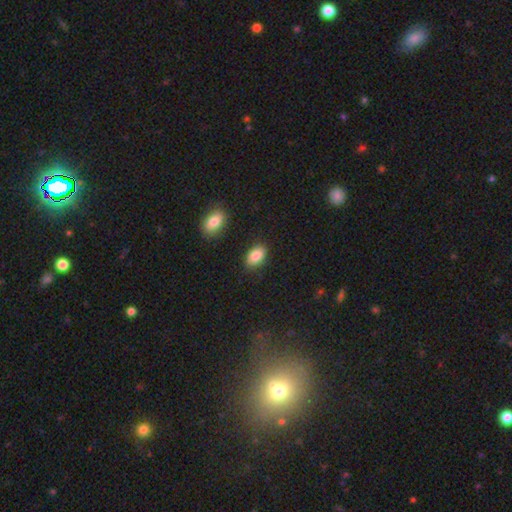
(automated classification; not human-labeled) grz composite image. It shows a smooth galaxy with no disk features (87%) that is in between round and cigar-shaped (92%). Merging: none (85%).